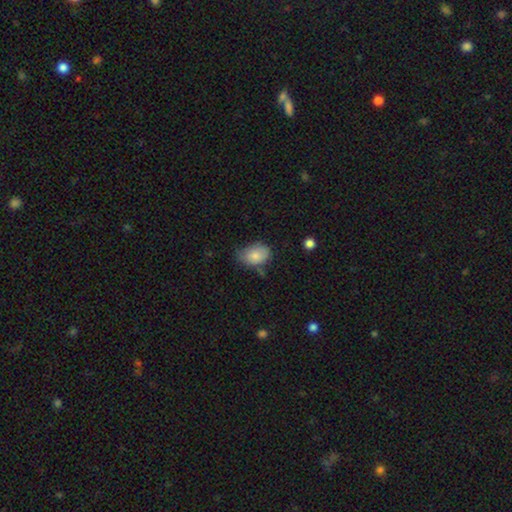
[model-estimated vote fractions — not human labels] Smooth or featured? Predicted: smooth (p=0.81). How rounded? Predicted: in between (p=0.81). Merging? Predicted: none (p=0.52).